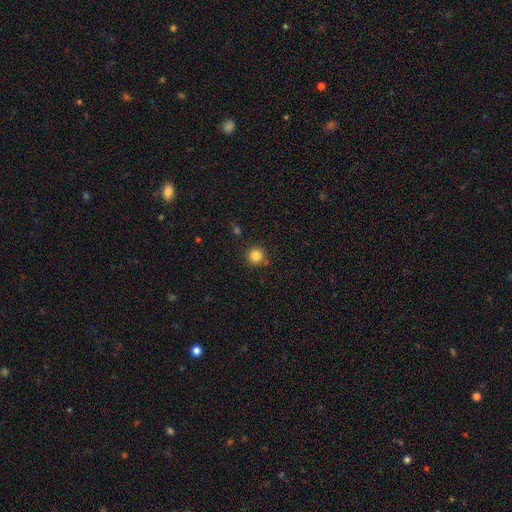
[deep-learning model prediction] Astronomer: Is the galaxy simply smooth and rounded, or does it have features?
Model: smooth — 84%.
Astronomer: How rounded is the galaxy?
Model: round — 95%.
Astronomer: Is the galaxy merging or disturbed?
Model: none — 86%.